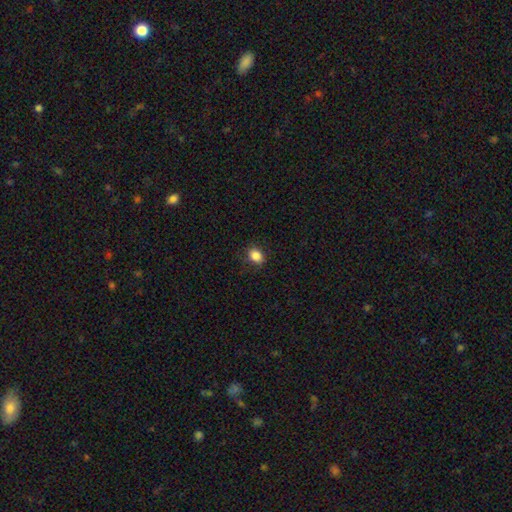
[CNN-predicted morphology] Smooth or featured? Predicted: smooth (p=0.86). How rounded? Predicted: in between (p=0.57). Merging? Predicted: none (p=0.83).